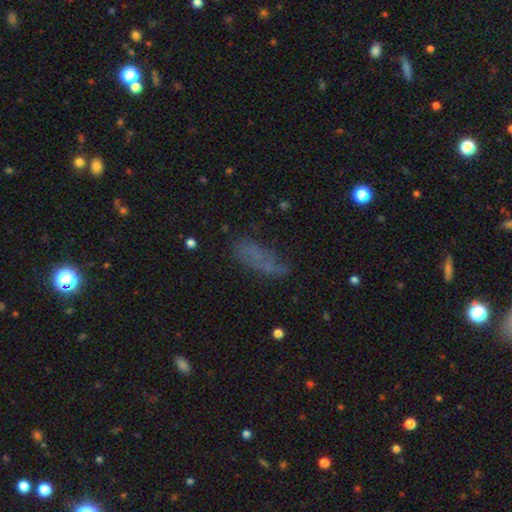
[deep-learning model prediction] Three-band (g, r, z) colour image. It shows a smooth galaxy with no disk features (58%) that is in between round and cigar-shaped (58%). Merging: none (53%).